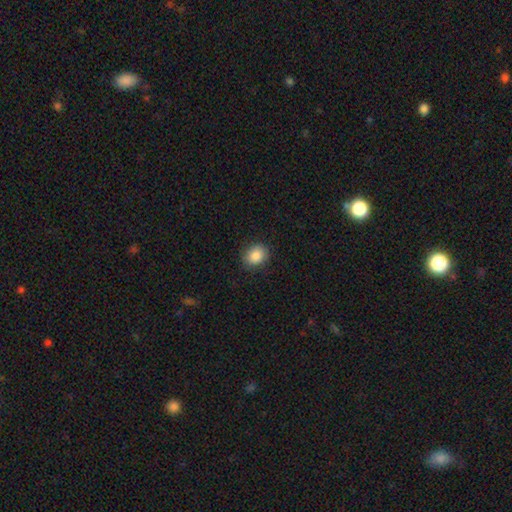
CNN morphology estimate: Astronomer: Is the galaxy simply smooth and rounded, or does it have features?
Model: smooth — 87%.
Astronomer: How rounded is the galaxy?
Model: round — 54% (runner-up: in between, 45%).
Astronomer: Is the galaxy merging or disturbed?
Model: none — 87%.